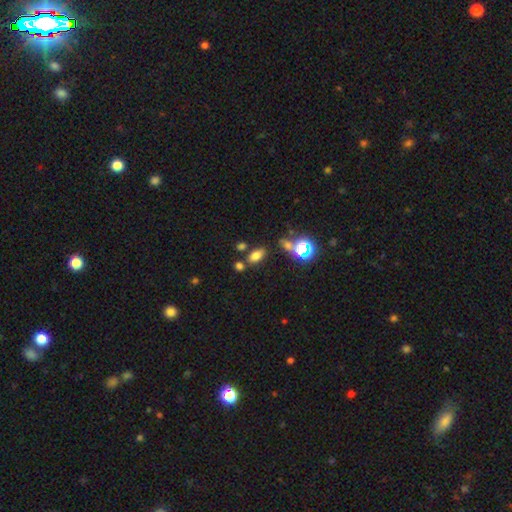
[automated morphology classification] type=smooth (72%); roundness=in between (85%); merging=none (72%).